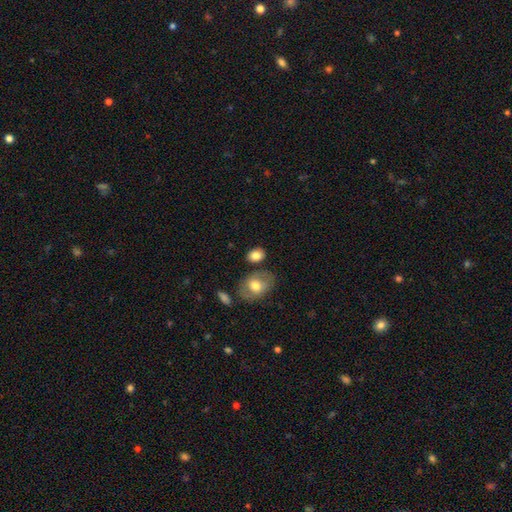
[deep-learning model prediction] A smooth galaxy with no disk features (81%) that is in between round and cigar-shaped (71%).

Vote fractions:
- Smooth or featured? smooth: 81% / featured or disk: 11% / star or artifact: 8%
- How rounded? in between: 71% / round: 28% / cigar-shaped: 1%
- Merging? none: 71% / minor disturbance: 15% / merger: 10% / major disturbance: 4%